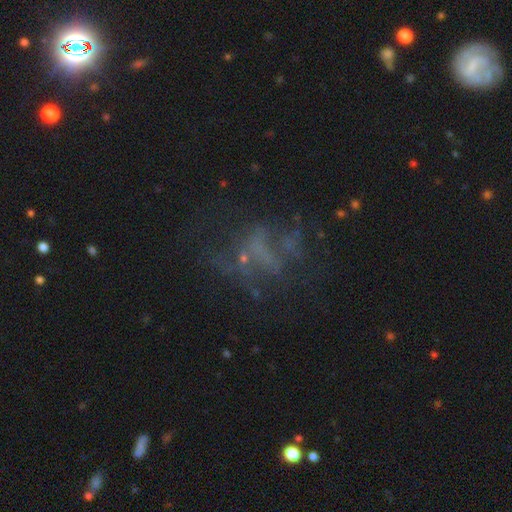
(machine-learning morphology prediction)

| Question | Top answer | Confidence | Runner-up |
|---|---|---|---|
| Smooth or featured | featured or disk | 43% | star or artifact (38%) |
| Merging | none | 49% | major disturbance (31%) |